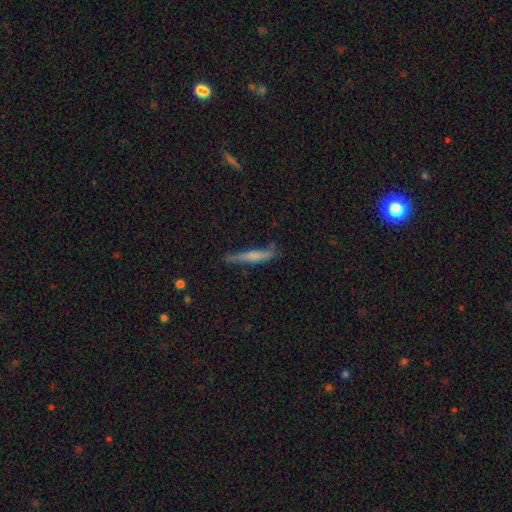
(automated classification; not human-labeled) This appears to be a smooth galaxy with no disk features (64%) that is cigar-shaped (93%). Merging: none (73%).